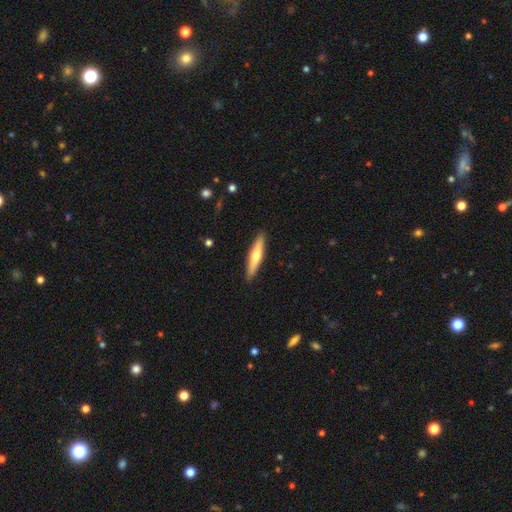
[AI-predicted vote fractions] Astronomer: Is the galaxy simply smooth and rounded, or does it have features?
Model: smooth — 50% (runner-up: featured or disk, 45%).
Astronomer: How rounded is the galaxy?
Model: cigar-shaped — 87%.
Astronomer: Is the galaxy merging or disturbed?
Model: none — 90%.